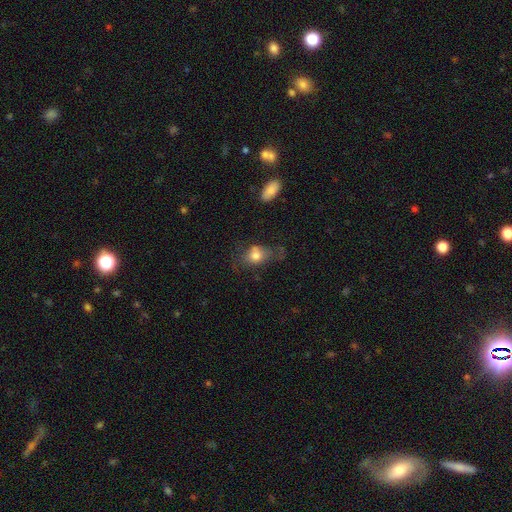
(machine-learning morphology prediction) Smooth or featured: smooth — 72% (featured or disk — 18%)
How rounded: in between — 63% (round — 35%)
Merging: none — 41% (minor disturbance — 27%)